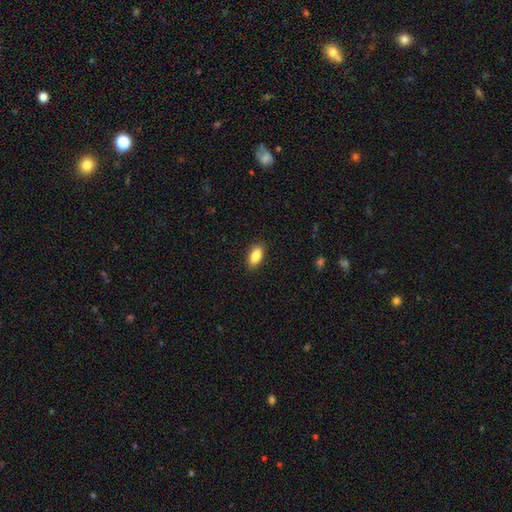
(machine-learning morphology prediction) smooth 86%, star or artifact 7%, featured or disk 7%. Down the decision tree: how rounded — in between (87%); merging — none (87%).